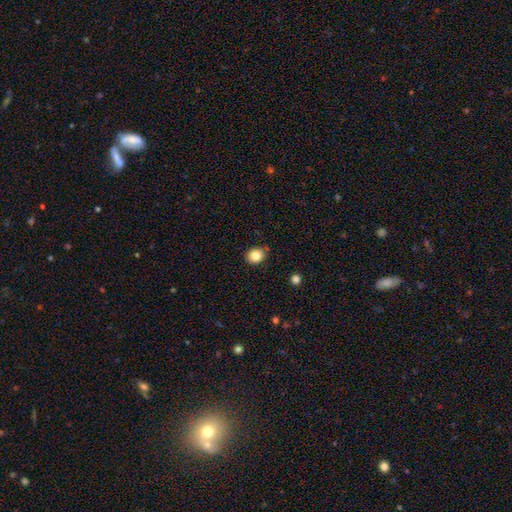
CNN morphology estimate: Smooth or featured? smooth (84%)
How rounded? round (71%)
Merging? none (87%)